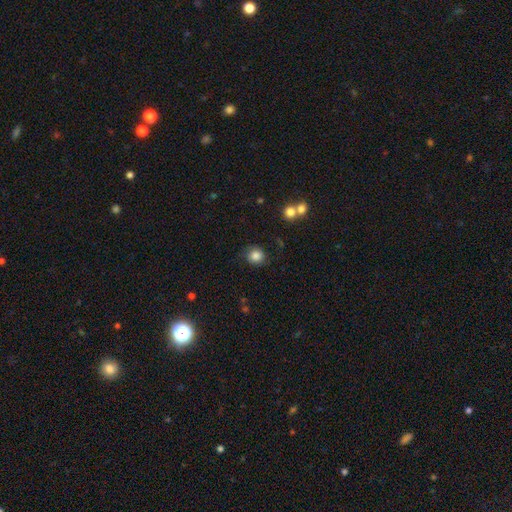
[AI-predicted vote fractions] Smooth or featured: smooth — 83% (star or artifact — 10%)
How rounded: round — 85% (in between — 14%)
Merging: none — 77% (minor disturbance — 15%)